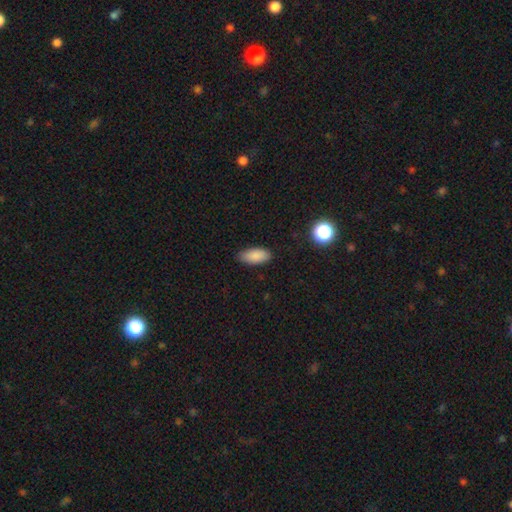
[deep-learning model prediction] Overall: smooth (87%). How rounded: in between (89%). Merging: none (84%).